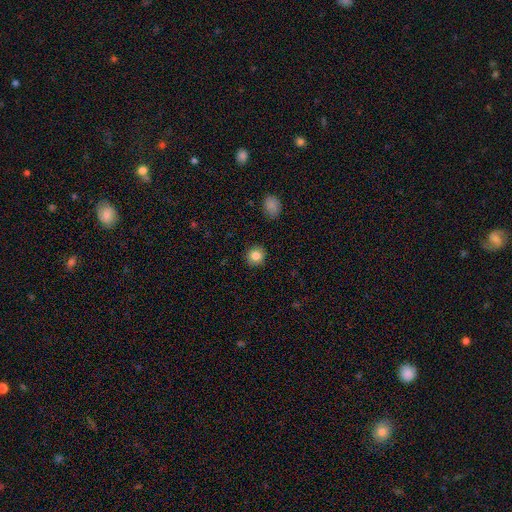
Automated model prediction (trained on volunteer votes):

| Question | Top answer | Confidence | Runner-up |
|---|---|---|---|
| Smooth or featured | smooth | 85% | star or artifact (9%) |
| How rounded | round | 91% | in between (8%) |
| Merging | none | 91% | minor disturbance (6%) |